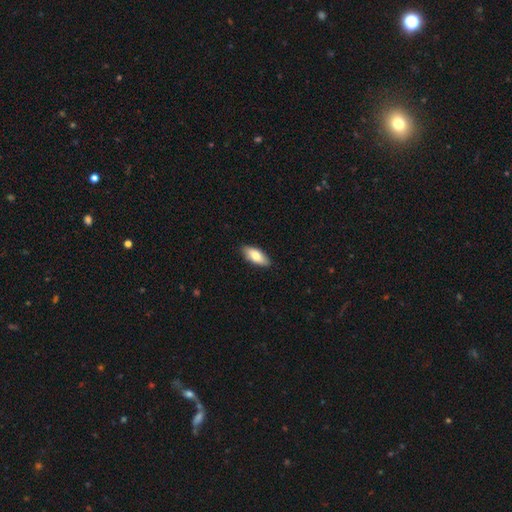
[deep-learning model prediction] smooth 79%, featured or disk 15%, star or artifact 6%. Down the decision tree: how rounded — in between (83%); merging — none (88%).